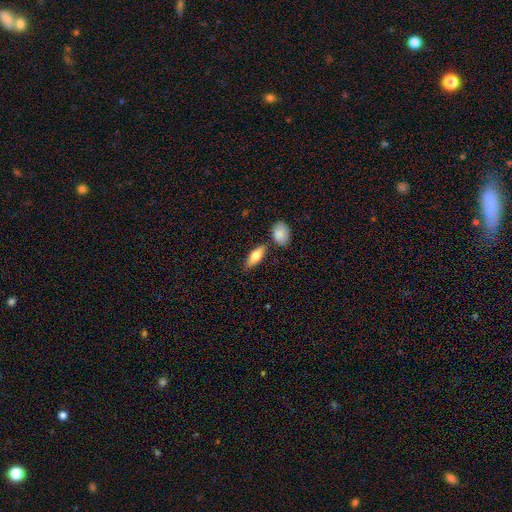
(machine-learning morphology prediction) smooth-or-featured: smooth: 72% | featured or disk: 22% | star or artifact: 6%
  how-rounded: in between: 74% | cigar-shaped: 23% | round: 3%
  merging: none: 73% | minor disturbance: 13% | merger: 11% | major disturbance: 3%